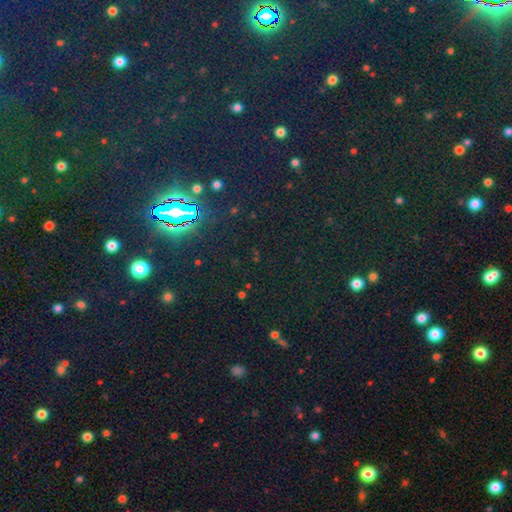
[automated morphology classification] This appears to be a star or artifact, not a galaxy (80%).